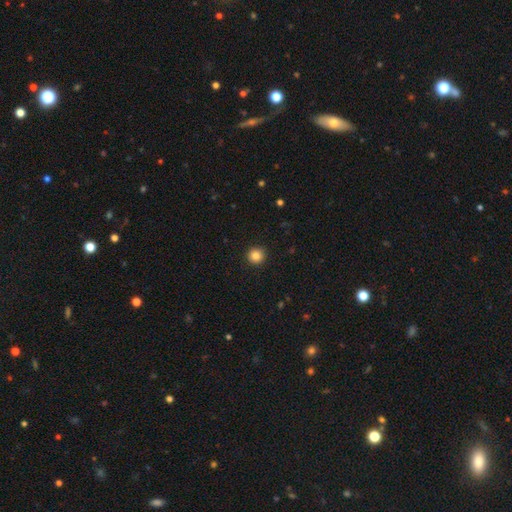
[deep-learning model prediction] Smooth or featured? Predicted: smooth (p=0.85). How rounded? Predicted: round (p=0.95). Merging? Predicted: none (p=0.93).